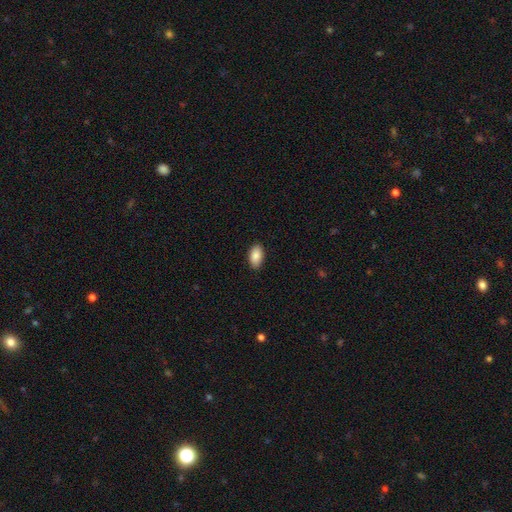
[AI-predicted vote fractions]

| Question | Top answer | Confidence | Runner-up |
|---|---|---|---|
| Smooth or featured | smooth | 89% | star or artifact (7%) |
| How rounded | in between | 95% | round (3%) |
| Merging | none | 89% | minor disturbance (9%) |